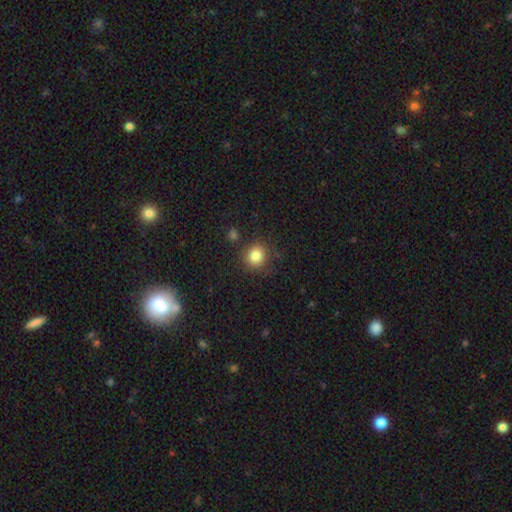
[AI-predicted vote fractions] A smooth galaxy with no disk features (84%) that is round (83%).

Vote fractions:
- Smooth or featured? smooth: 84% / star or artifact: 11% / featured or disk: 5%
- How rounded? round: 83% / in between: 16% / cigar-shaped: 1%
- Merging? none: 82% / minor disturbance: 10% / merger: 4% / major disturbance: 3%